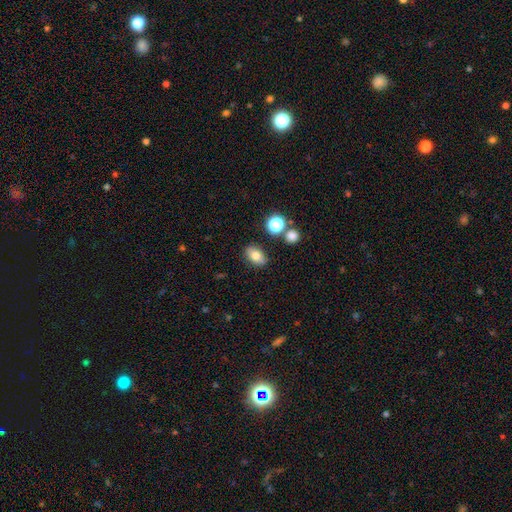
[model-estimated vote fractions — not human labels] The model was most divided on "smooth or featured": smooth: 77%, featured or disk: 12%, star or artifact: 11%. More confident: merging — none (84%); how rounded — in between (83%).